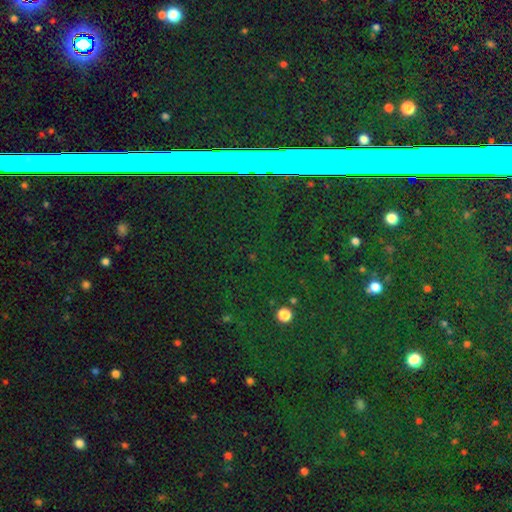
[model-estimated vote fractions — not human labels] A star or artifact, not a galaxy (82%).

Vote fractions:
- Smooth or featured? star or artifact: 82% / featured or disk: 10% / smooth: 9%